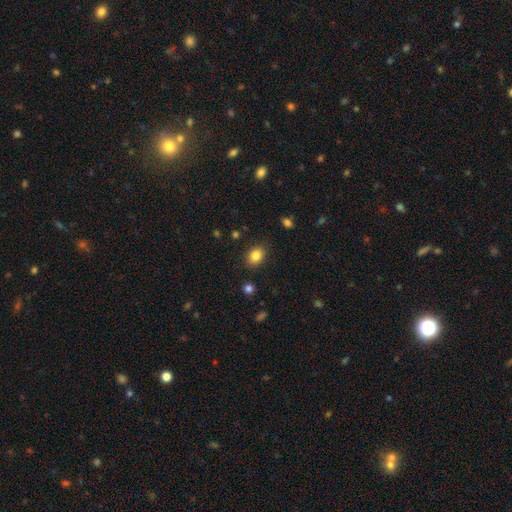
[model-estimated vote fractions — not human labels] Overall: smooth (84%). How rounded: in between (63%; round 36%). Merging: none (87%).